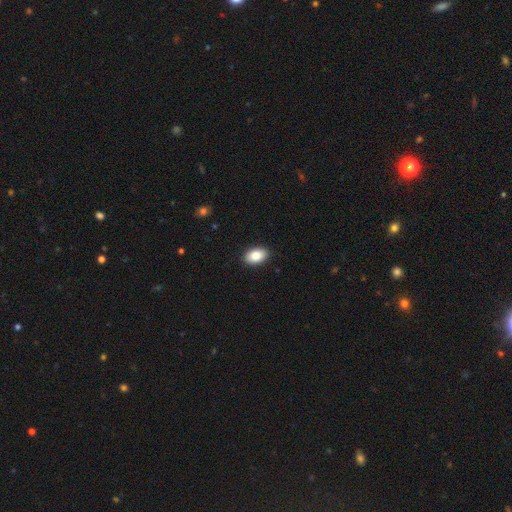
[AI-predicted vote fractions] A smooth galaxy with no disk features (85%) that is in between round and cigar-shaped (90%).

Vote fractions:
- Smooth or featured? smooth: 85% / featured or disk: 7% / star or artifact: 7%
- How rounded? in between: 90% / round: 8% / cigar-shaped: 1%
- Merging? none: 90% / minor disturbance: 7% / major disturbance: 2% / merger: 1%